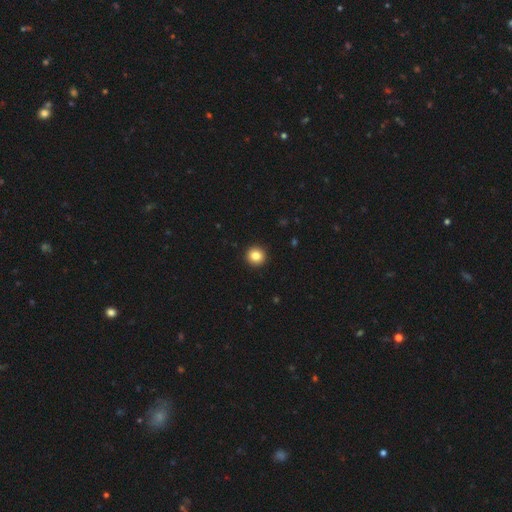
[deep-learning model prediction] Smooth or featured? smooth (85%)
How rounded? round (94%)
Merging? none (94%)